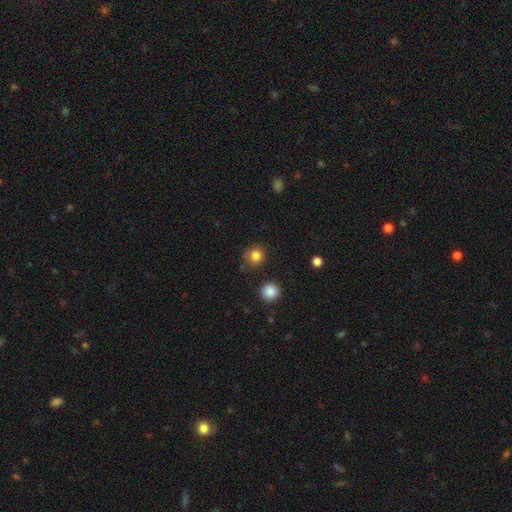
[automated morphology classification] smooth-or-featured: smooth: 82% | star or artifact: 12% | featured or disk: 6%
  how-rounded: round: 88% | in between: 11% | cigar-shaped: 1%
  merging: none: 79% | minor disturbance: 14% | major disturbance: 4% | merger: 3%